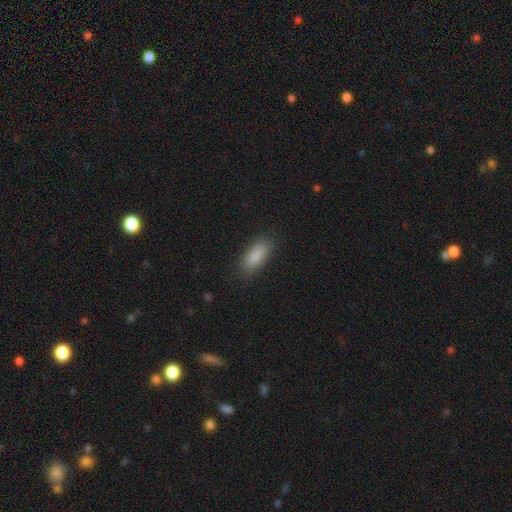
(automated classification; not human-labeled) A smooth galaxy with no disk features (88%) that is in between round and cigar-shaped (74%).

Vote fractions:
- Smooth or featured? smooth: 88% / star or artifact: 7% / featured or disk: 5%
- How rounded? in between: 74% / cigar-shaped: 24% / round: 2%
- Merging? none: 85% / minor disturbance: 11% / major disturbance: 3% / merger: 1%